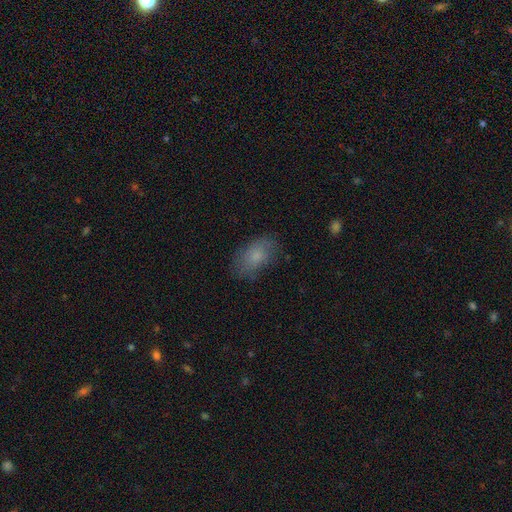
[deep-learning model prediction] Q: Smooth or featured?
A: smooth (76%); runner-up: featured or disk (16%)
Q: How rounded?
A: in between (90%); runner-up: round (7%)
Q: Merging?
A: none (74%); runner-up: minor disturbance (18%)